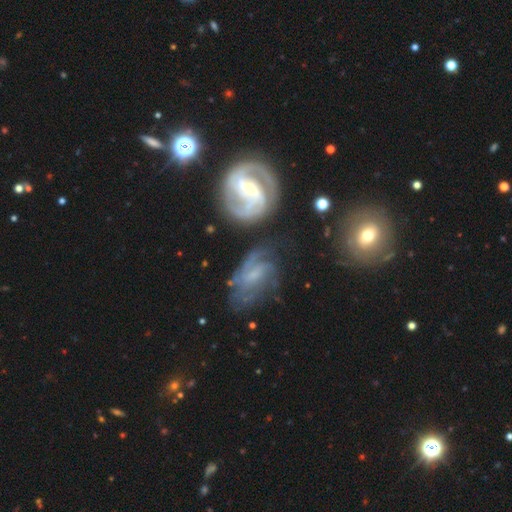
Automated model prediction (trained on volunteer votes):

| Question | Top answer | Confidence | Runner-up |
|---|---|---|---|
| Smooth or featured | featured or disk | 74% | smooth (14%) |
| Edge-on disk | no | 94% | yes (6%) |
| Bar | weak | 43% | strong (38%) |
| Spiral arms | yes | 88% | no (12%) |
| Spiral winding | medium | 43% | tight (41%) |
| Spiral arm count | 2 | 67% | can't tell (18%) |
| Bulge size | small | 52% | moderate (41%) |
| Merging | none | 70% | minor disturbance (15%) |